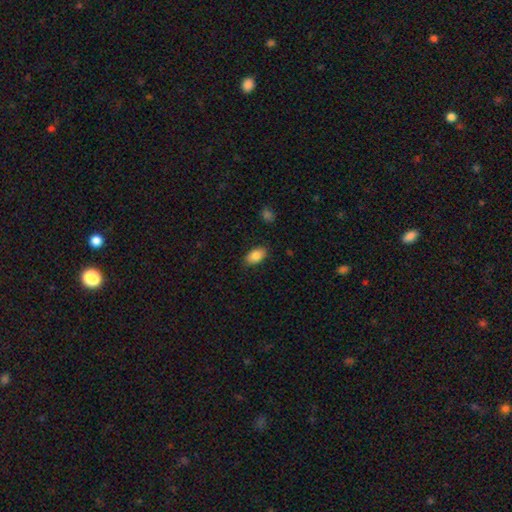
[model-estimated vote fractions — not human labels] This is clearly a smooth galaxy (85%). How rounded: clearly in between (93%). Merging: clearly none (86%).